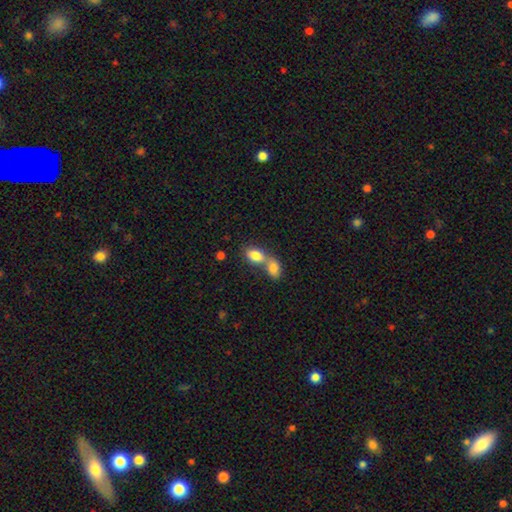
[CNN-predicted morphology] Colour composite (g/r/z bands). It shows a smooth galaxy with no disk features (83%) that is in between round and cigar-shaped (85%). Merging: merger (64%).